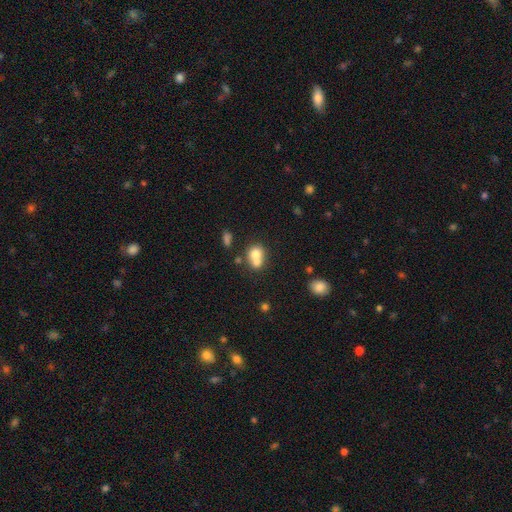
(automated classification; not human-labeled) smooth-or-featured: smooth: 71% | featured or disk: 19% | star or artifact: 10%
  how-rounded: round: 64% | in between: 35% | cigar-shaped: 1%
  merging: merger: 63% | none: 27% | minor disturbance: 7% | major disturbance: 3%